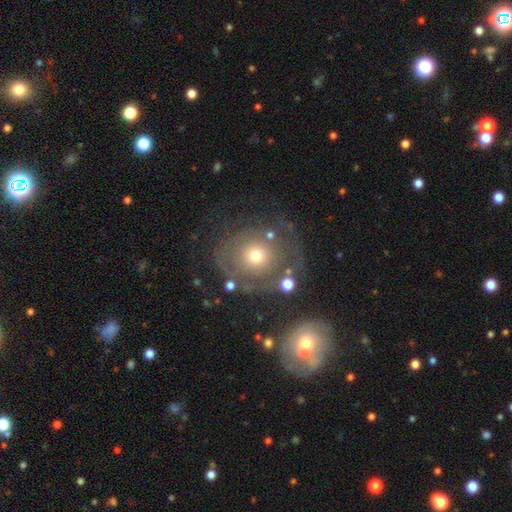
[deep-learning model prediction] A featured or disk galaxy (50%). Merging: none (61%).